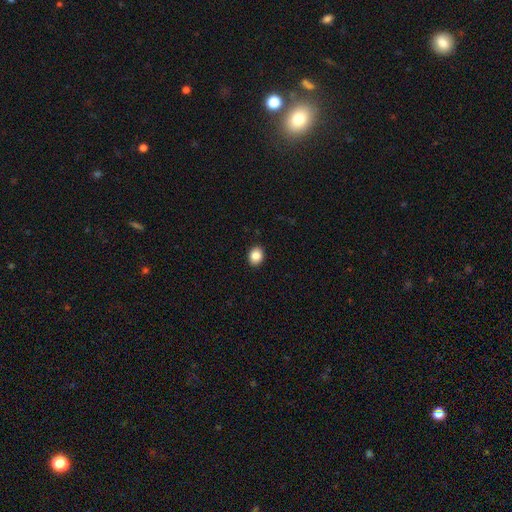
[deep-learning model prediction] Morphology: type=smooth (86%); roundness=in between (51%); merging=none (91%).